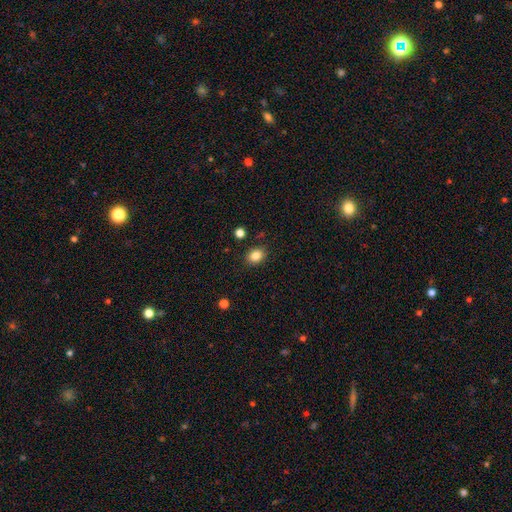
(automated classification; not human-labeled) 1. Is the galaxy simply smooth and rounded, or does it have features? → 84% smooth, 11% star or artifact, 5% featured or disk.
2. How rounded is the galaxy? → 53% round, 46% in between, 1% cigar-shaped.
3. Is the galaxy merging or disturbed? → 86% none, 9% minor disturbance, 2% major disturbance, 2% merger.